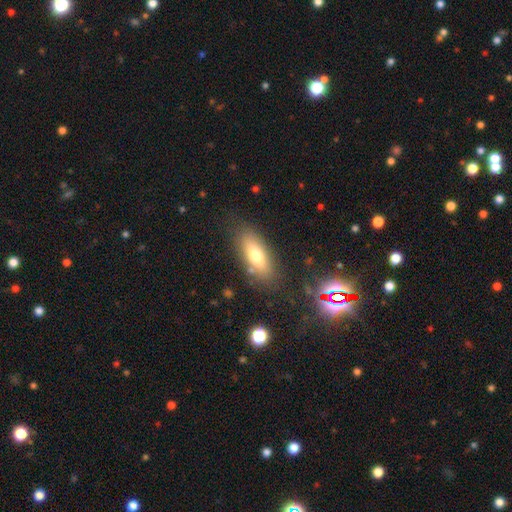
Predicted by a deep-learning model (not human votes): Morphology: type=smooth (68%); roundness=in between (73%); merging=none (80%).